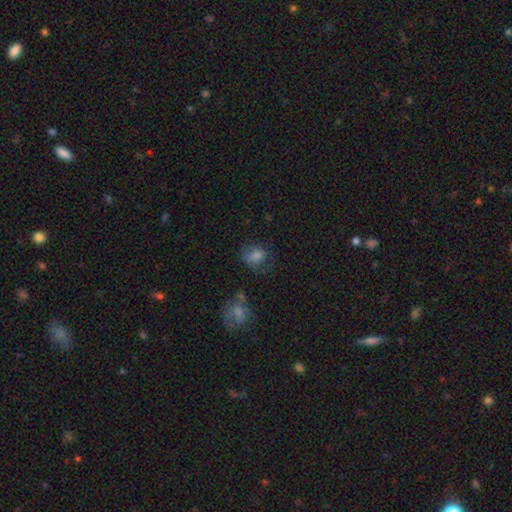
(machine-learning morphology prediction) This is likely a smooth galaxy (71%). How rounded: possibly round (56%). Merging: possibly none (58%).